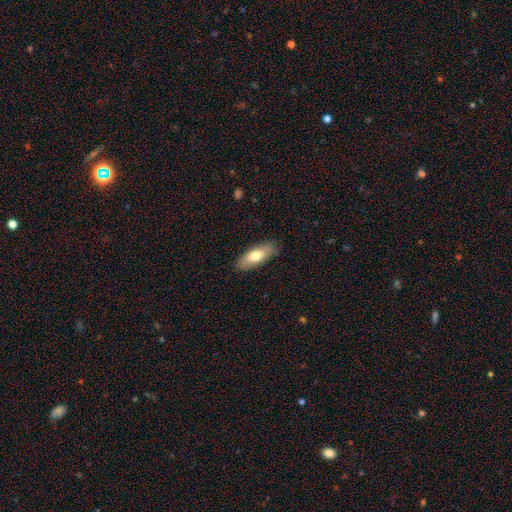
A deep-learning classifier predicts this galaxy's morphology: A smooth galaxy with no disk features (71%) that is in between round and cigar-shaped (71%). Merging: none (86%).